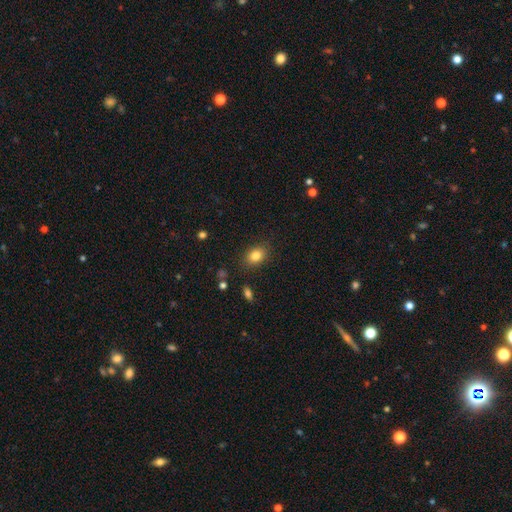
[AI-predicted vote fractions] Smooth or featured? smooth (84%)
How rounded? in between (71%)
Merging? none (85%)